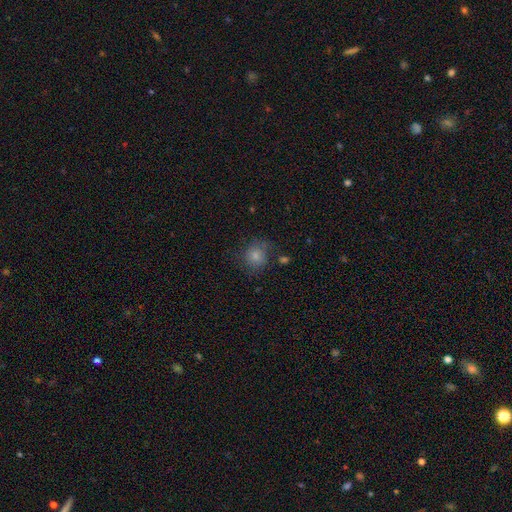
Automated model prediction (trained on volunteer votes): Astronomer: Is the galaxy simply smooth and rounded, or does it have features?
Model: smooth — 80%.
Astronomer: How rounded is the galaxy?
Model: round — 84%.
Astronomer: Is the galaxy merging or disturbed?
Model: none — 68%.